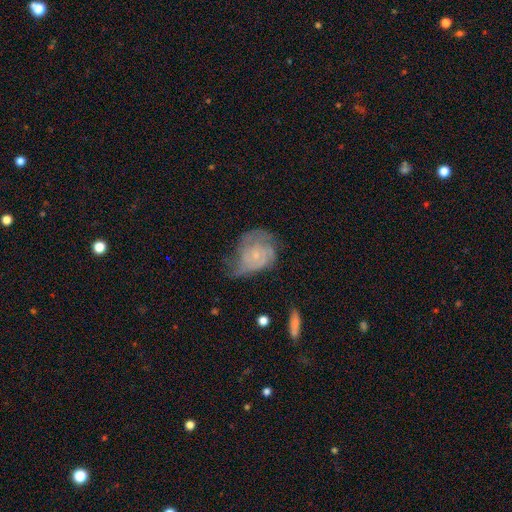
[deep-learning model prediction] The model was most divided on "spiral arm count": can't tell: 31%, 2: 30%, 3: 23%, 4: 6%, 1: 6%, more than 4: 4%. Remaining: edge-on disk — no (97%); spiral arms — yes (88%); bulge size — small (77%); bar — no (77%); smooth or featured — featured or disk (73%); spiral winding — tight (48%); merging — none (42%).